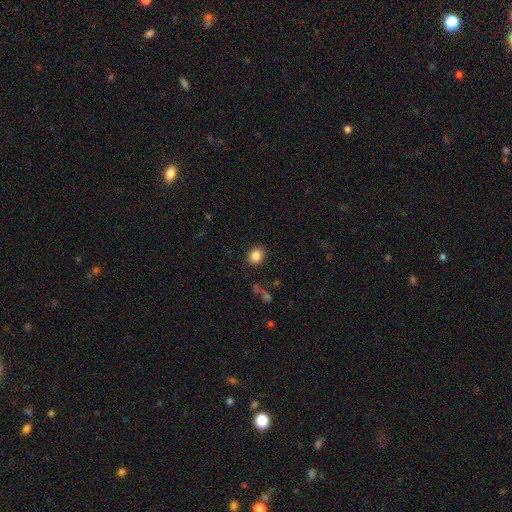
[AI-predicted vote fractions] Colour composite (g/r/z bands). It shows a smooth galaxy with no disk features (85%) that is round (67%). Merging: none (88%).